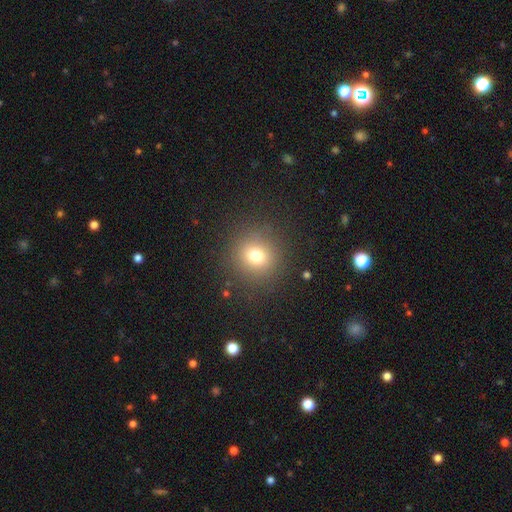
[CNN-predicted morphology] type=smooth (74%); roundness=round (91%); merging=none (88%).